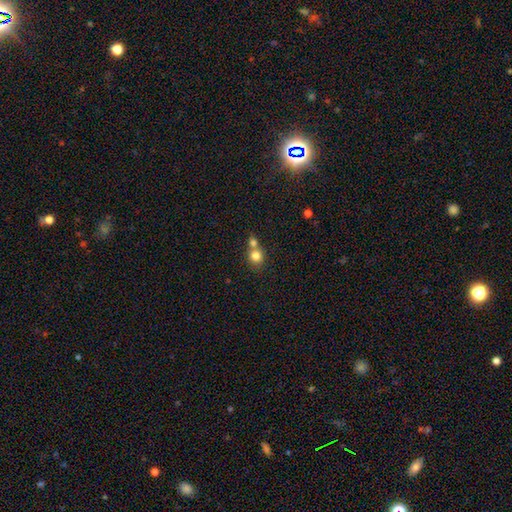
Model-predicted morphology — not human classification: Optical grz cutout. It shows a smooth galaxy with no disk features (80%) that is round (85%). Merging: merger (49%).